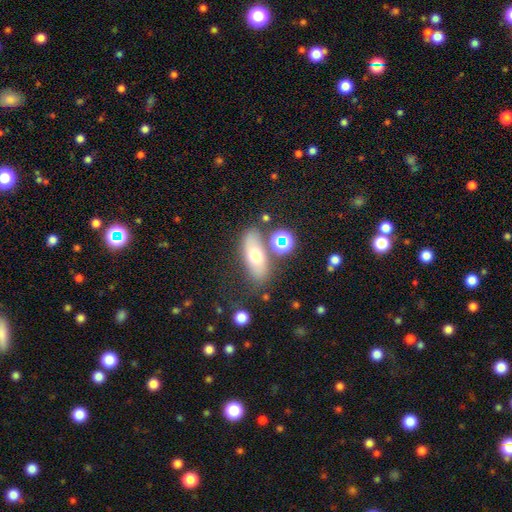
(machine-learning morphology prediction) Overall: smooth (60%; featured or disk 28%). How rounded: in between (73%). Merging: none (71%).